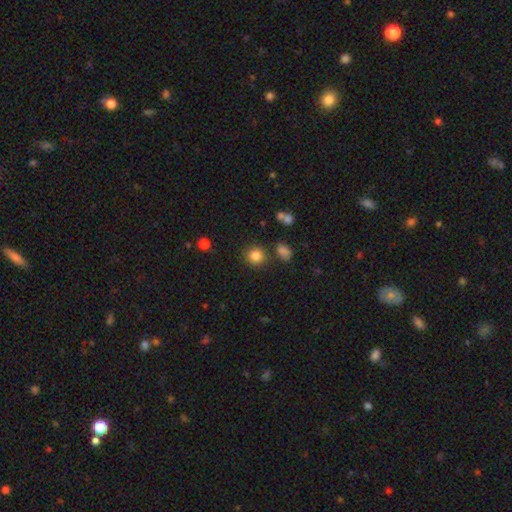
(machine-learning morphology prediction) A smooth galaxy with no disk features (84%) that is round (90%). Merging: none (83%).